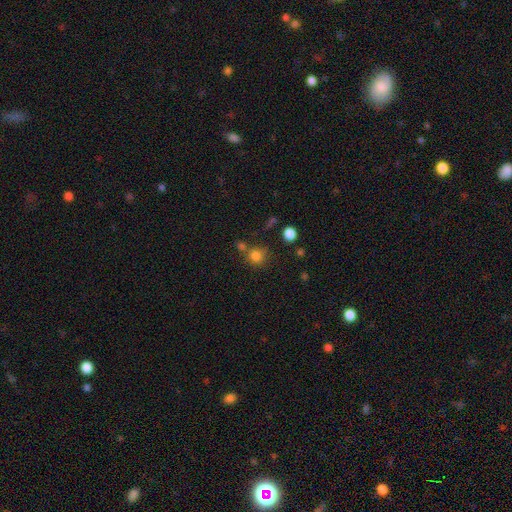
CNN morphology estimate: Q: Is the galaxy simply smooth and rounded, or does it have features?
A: smooth — 80%.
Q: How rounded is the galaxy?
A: round — 87%.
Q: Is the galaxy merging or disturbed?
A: none — 66%.